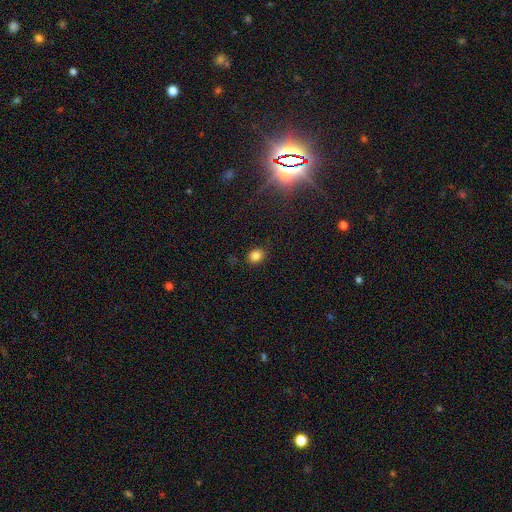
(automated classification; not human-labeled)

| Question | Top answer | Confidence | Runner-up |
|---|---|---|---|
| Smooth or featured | smooth | 82% | star or artifact (12%) |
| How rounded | in between | 52% | round (47%) |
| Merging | none | 85% | minor disturbance (10%) |